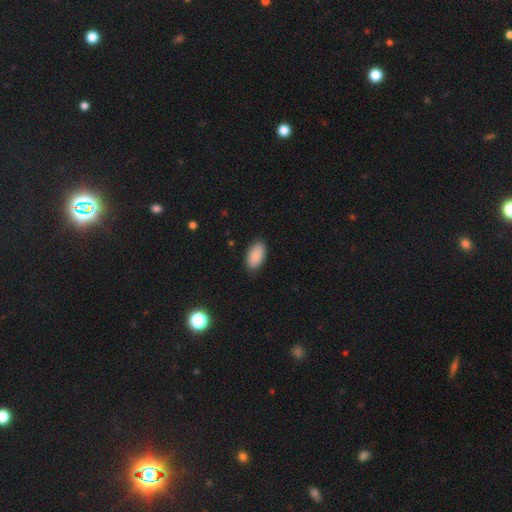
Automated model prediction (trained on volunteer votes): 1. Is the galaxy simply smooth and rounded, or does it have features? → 88% smooth, 7% star or artifact, 5% featured or disk.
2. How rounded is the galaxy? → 95% in between, 3% round, 2% cigar-shaped.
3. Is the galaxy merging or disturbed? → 87% none, 10% minor disturbance, 2% major disturbance, 1% merger.